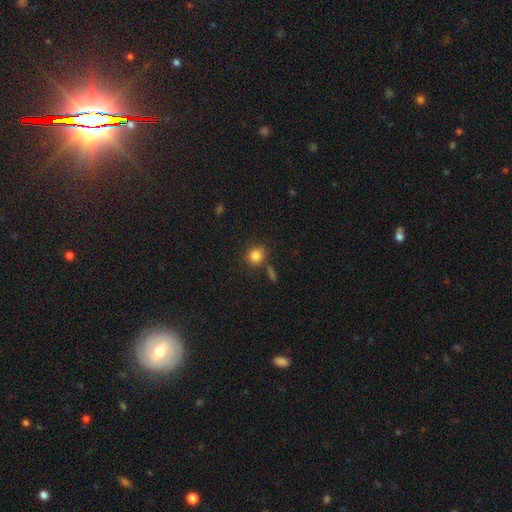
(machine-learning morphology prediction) Smooth or featured: smooth — 84% (star or artifact — 11%)
How rounded: round — 78% (in between — 20%)
Merging: none — 75% (minor disturbance — 12%)